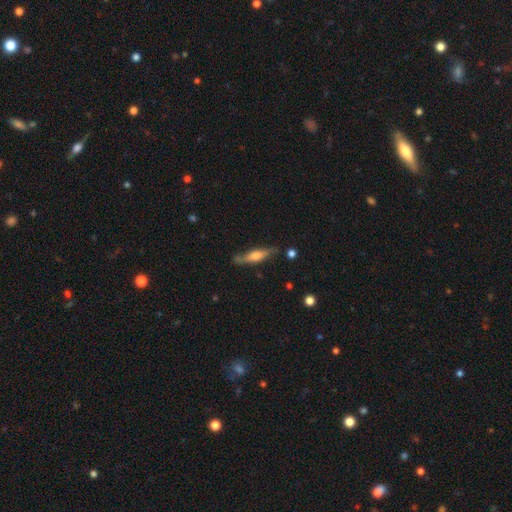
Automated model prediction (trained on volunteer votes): Smooth or featured? Predicted: featured or disk (p=0.55). Edge-on disk? Predicted: yes (p=0.91). Merging? Predicted: none (p=0.77).